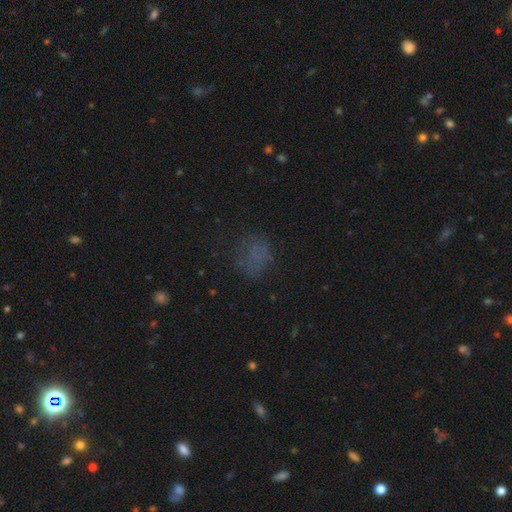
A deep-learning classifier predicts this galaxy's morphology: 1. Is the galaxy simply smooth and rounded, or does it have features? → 56% smooth, 27% star or artifact, 17% featured or disk.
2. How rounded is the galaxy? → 59% round, 39% in between, 2% cigar-shaped.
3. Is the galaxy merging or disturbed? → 61% none, 19% minor disturbance, 17% major disturbance, 2% merger.